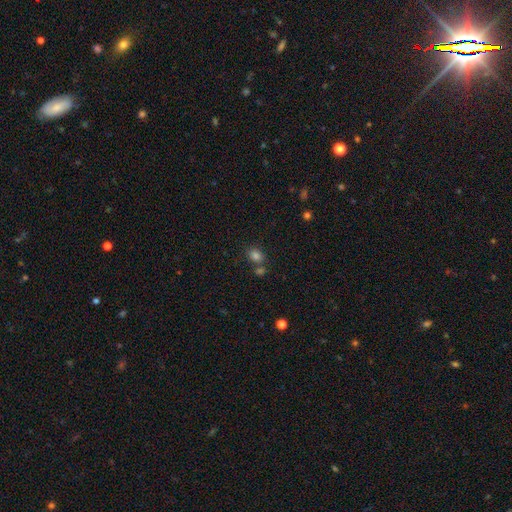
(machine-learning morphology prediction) smooth_or_featured: smooth (p=0.80) [alt: star or artifact p=0.14]
how_rounded: in between (p=0.57) [alt: round p=0.41]
merging: none (p=0.65) [alt: merger p=0.20]